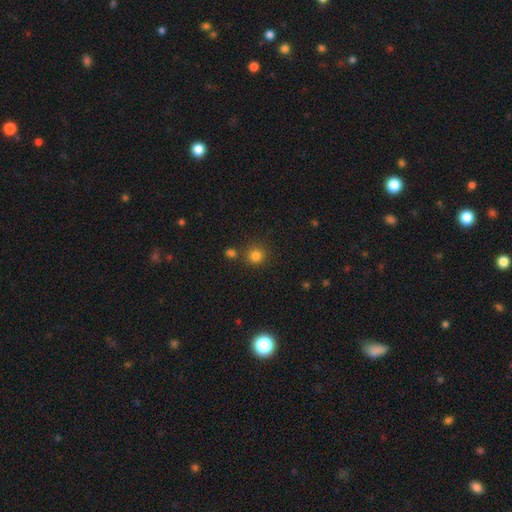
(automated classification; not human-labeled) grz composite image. It shows a smooth galaxy with no disk features (80%) that is round (92%). Merging: none (79%).